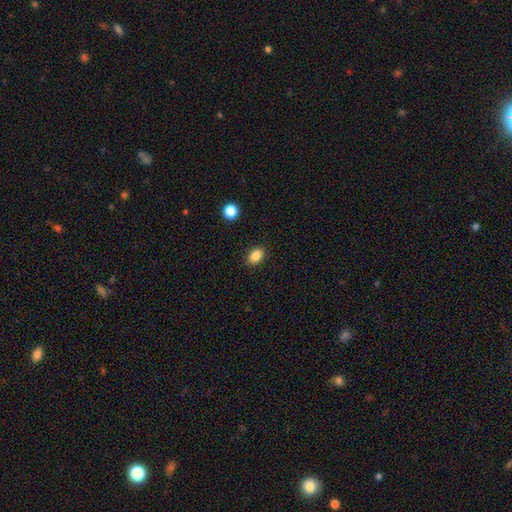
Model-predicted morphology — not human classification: The model was most divided on "how rounded": in between: 84%, round: 14%, cigar-shaped: 2%. More confident: merging — none (88%); smooth or featured — smooth (86%).